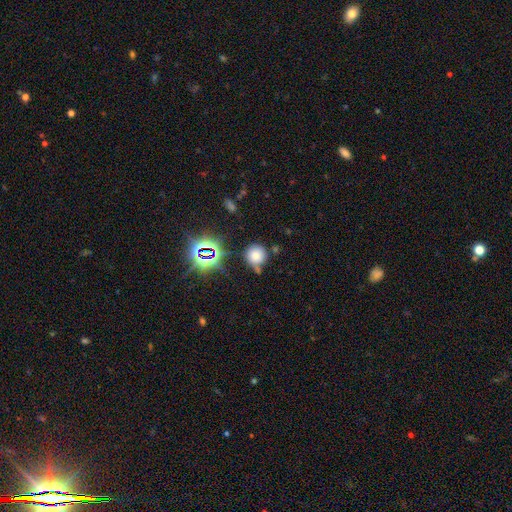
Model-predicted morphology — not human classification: Q: Smooth or featured?
A: smooth (67%); runner-up: star or artifact (23%)
Q: How rounded?
A: round (90%); runner-up: in between (9%)
Q: Merging?
A: none (61%); runner-up: minor disturbance (21%)